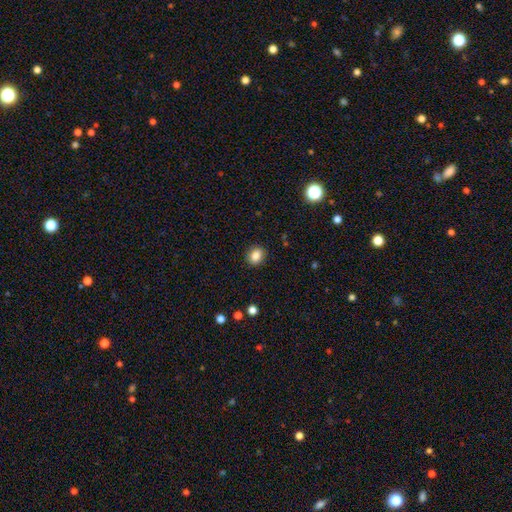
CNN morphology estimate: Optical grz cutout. It shows a smooth galaxy with no disk features (85%) that is round (52%). Merging: none (89%).